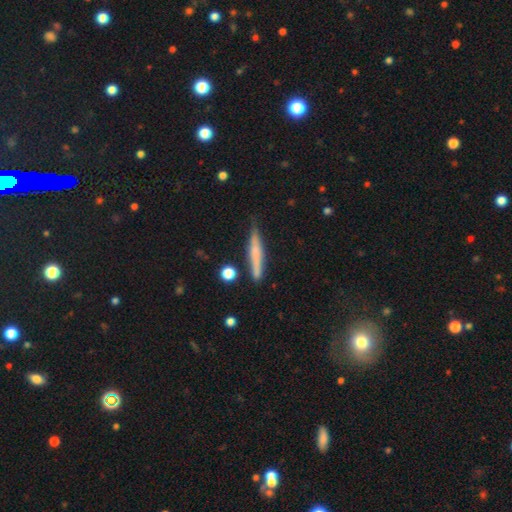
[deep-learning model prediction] smooth_or_featured: smooth (p=0.53) [alt: featured or disk p=0.39]
how_rounded: cigar-shaped (p=0.92) [alt: in between p=0.06]
merging: none (p=0.78) [alt: minor disturbance p=0.16]